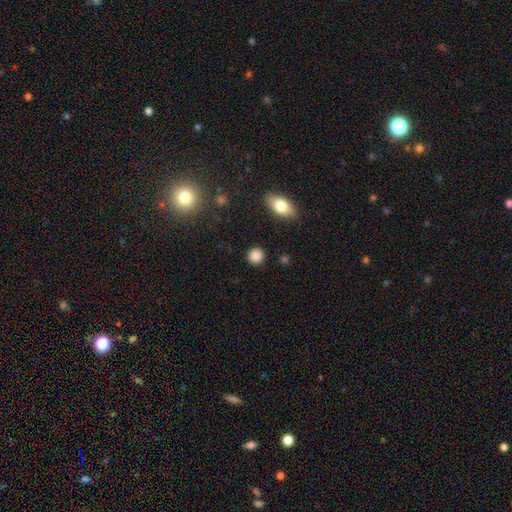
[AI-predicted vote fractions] smooth-or-featured: smooth: 86% | star or artifact: 10% | featured or disk: 4%
  how-rounded: round: 89% | in between: 10% | cigar-shaped: 1%
  merging: none: 89% | minor disturbance: 7% | major disturbance: 2% | merger: 2%